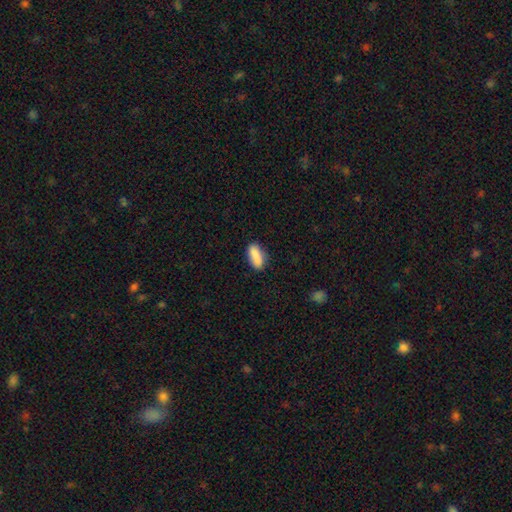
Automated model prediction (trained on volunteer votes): smooth-or-featured: smooth: 87% | star or artifact: 7% | featured or disk: 5%
  how-rounded: in between: 81% | cigar-shaped: 16% | round: 2%
  merging: none: 80% | minor disturbance: 15% | major disturbance: 3% | merger: 2%